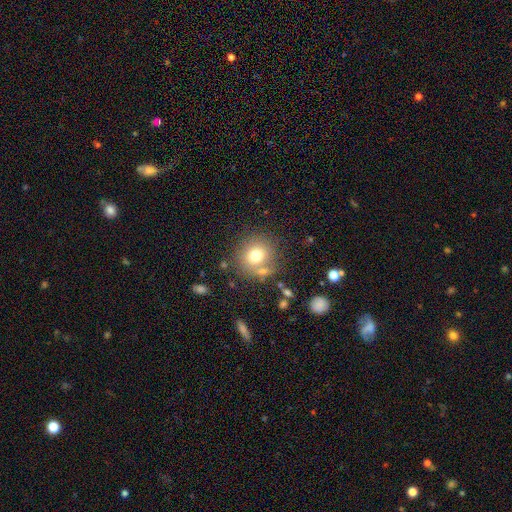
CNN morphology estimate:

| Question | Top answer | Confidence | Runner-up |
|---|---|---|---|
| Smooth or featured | smooth | 74% | featured or disk (14%) |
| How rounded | round | 85% | in between (14%) |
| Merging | none | 68% | merger (16%) |